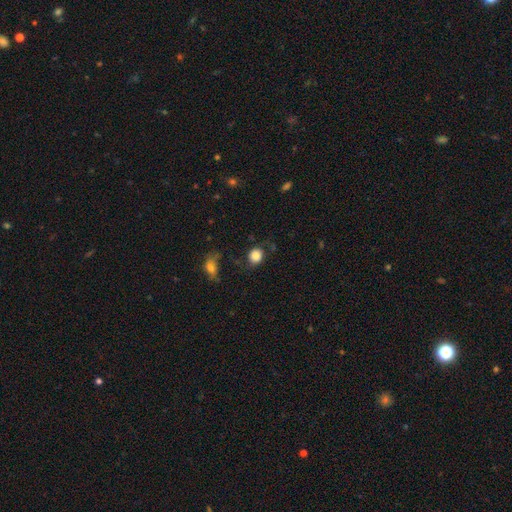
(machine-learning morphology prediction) Overall: smooth (84%). How rounded: round (77%). Merging: none (69%).